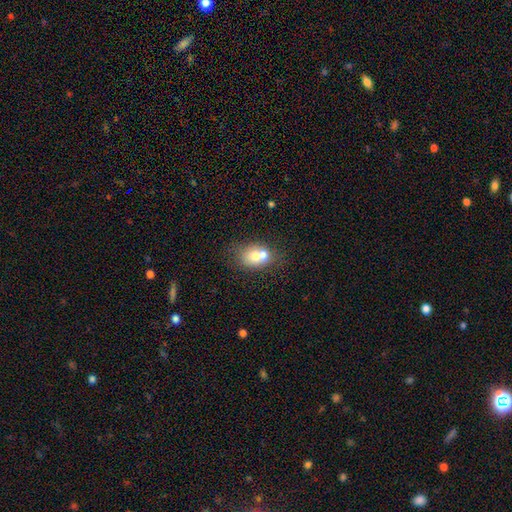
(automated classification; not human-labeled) Morphology: type=smooth (67%); roundness=in between (58%); merging=merger (50%).